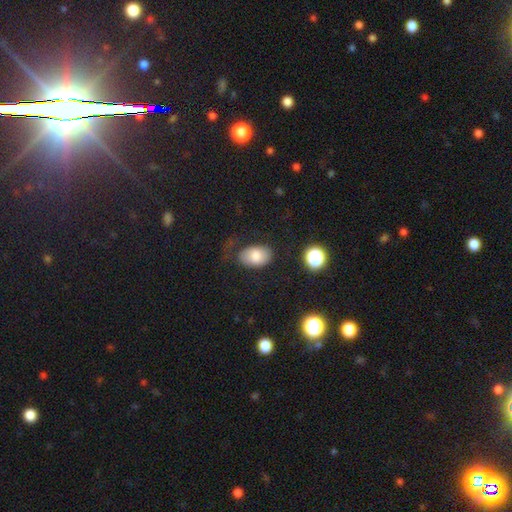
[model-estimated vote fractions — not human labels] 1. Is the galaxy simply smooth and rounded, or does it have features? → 77% smooth, 14% featured or disk, 9% star or artifact.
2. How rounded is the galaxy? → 87% in between, 12% round, 1% cigar-shaped.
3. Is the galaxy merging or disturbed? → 57% none, 22% minor disturbance, 18% major disturbance, 3% merger.